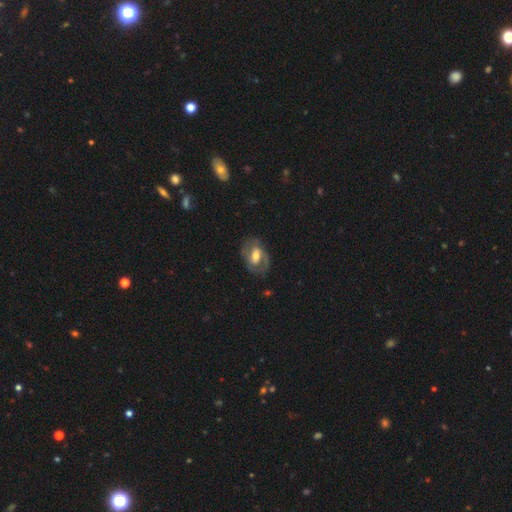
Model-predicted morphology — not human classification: Smooth or featured?
  - featured or disk: 66% *
  - smooth: 28%
  - star or artifact: 6%
Edge-on disk?
  - no: 95% *
  - yes: 5%
Bar?
  - weak: 43% *
  - strong: 29%
  - no: 28%
Spiral arms?
  - yes: 71% *
  - no: 29%
Bulge size?
  - moderate: 61% *
  - large: 19%
  - small: 17%
  - none: 2%
  - dominant: 1%
Merging?
  - none: 70% *
  - minor disturbance: 18%
  - major disturbance: 10%
  - merger: 1%